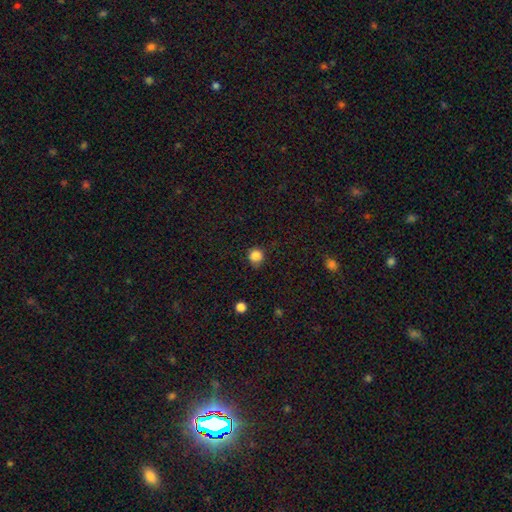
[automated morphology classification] smooth_or_featured: smooth (p=0.84) [alt: star or artifact p=0.12]
how_rounded: round (p=0.91) [alt: in between p=0.08]
merging: none (p=0.78) [alt: minor disturbance p=0.17]